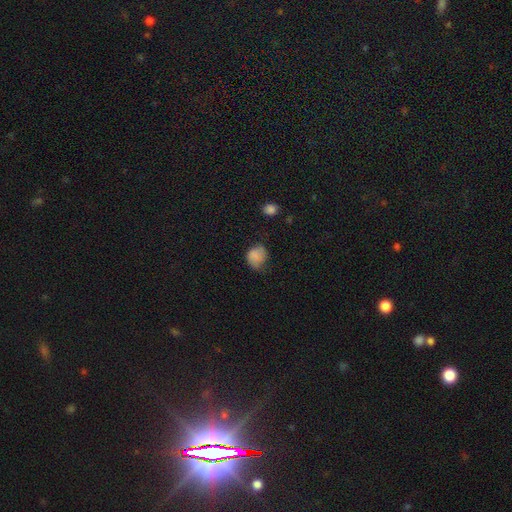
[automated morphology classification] Q: Smooth or featured?
A: smooth (82%); runner-up: star or artifact (10%)
Q: How rounded?
A: round (64%); runner-up: in between (35%)
Q: Merging?
A: none (52%); runner-up: minor disturbance (35%)